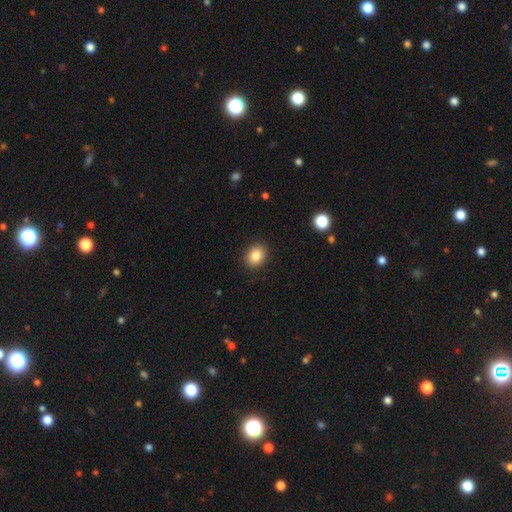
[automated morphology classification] This is clearly a smooth galaxy (85%). How rounded: possibly round (51%). Merging: clearly none (90%).